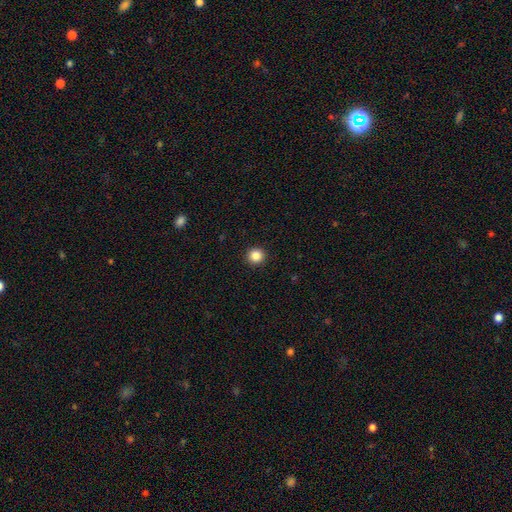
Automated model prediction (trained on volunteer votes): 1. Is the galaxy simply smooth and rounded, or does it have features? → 86% smooth, 10% star or artifact, 4% featured or disk.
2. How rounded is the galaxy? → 95% round, 4% in between, 1% cigar-shaped.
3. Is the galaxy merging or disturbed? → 93% none, 4% minor disturbance, 1% major disturbance, 1% merger.